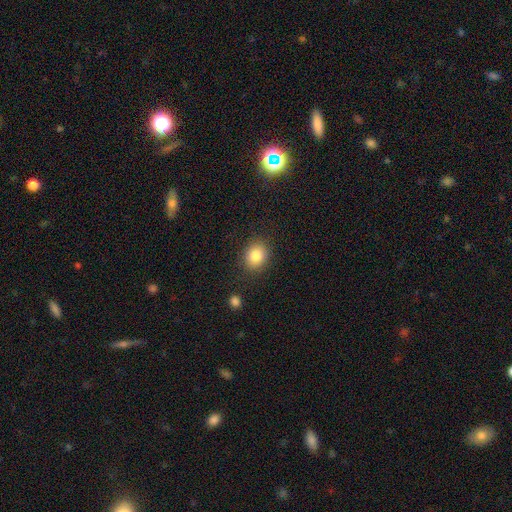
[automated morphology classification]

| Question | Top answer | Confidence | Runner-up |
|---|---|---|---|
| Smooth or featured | smooth | 84% | star or artifact (9%) |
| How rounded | round | 60% | in between (39%) |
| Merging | none | 85% | minor disturbance (10%) |